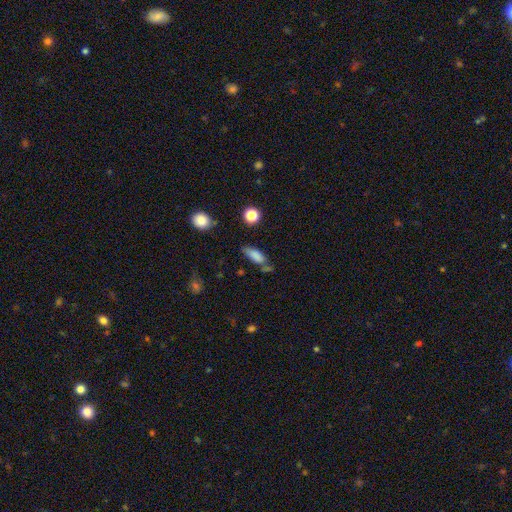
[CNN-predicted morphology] A smooth galaxy with no disk features (80%) that is in between round and cigar-shaped (69%).

Vote fractions:
- Smooth or featured? smooth: 80% / star or artifact: 10% / featured or disk: 10%
- How rounded? in between: 69% / cigar-shaped: 27% / round: 4%
- Merging? none: 55% / minor disturbance: 23% / merger: 14% / major disturbance: 8%